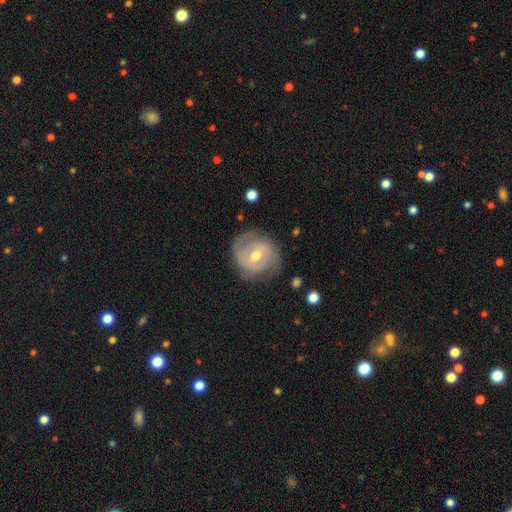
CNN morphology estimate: Smooth or featured? Predicted: featured or disk (p=0.76). Edge-on disk? Predicted: no (p=0.97). Bar? Predicted: no (p=0.48). Spiral arms? Predicted: yes (p=0.88). Spiral winding? Predicted: tight (p=0.53). Spiral arm count? Predicted: 2 (p=0.65). Bulge size? Predicted: moderate (p=0.66). Merging? Predicted: none (p=0.75).